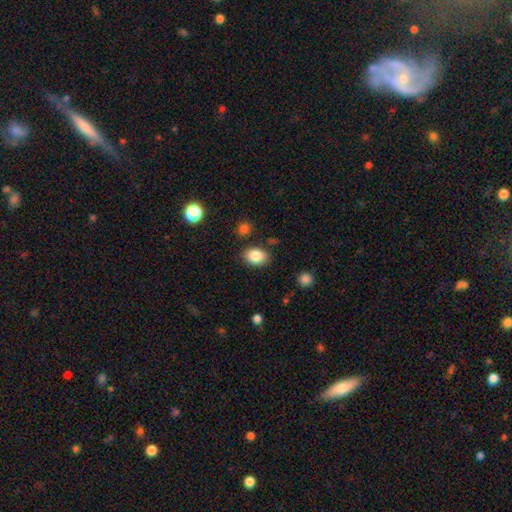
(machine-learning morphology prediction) type=smooth (86%); roundness=in between (75%); merging=none (84%).